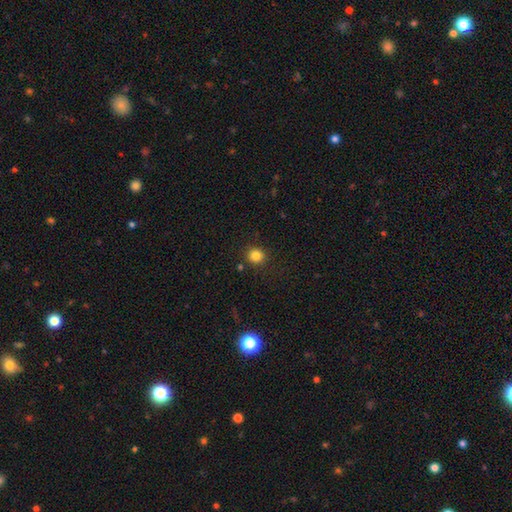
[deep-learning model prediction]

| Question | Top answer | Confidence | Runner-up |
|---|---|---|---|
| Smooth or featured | smooth | 83% | star or artifact (12%) |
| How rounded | round | 88% | in between (11%) |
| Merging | none | 88% | minor disturbance (7%) |